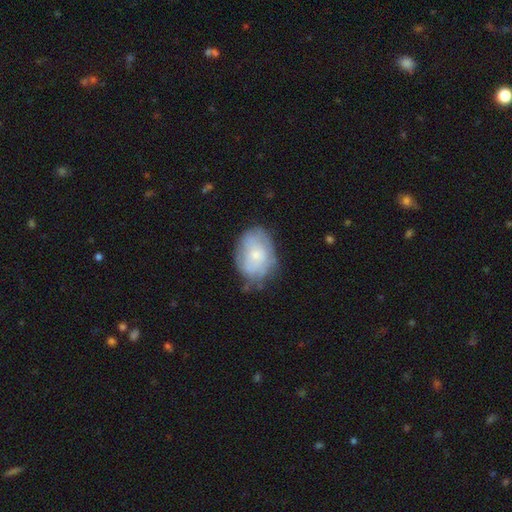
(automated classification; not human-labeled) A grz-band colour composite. It shows a smooth galaxy with no disk features (49%). Merging: none (59%).